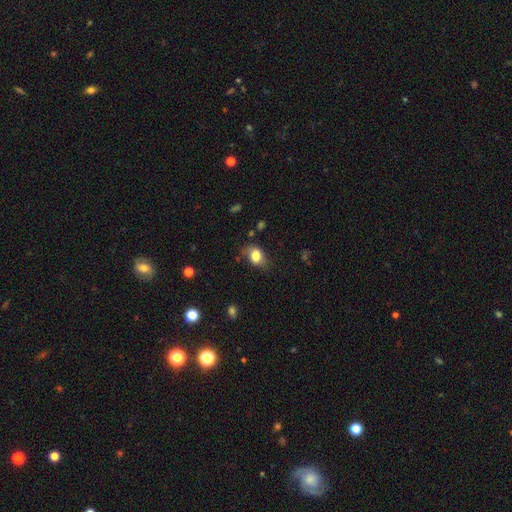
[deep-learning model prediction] A smooth galaxy with no disk features (78%) that is in between round and cigar-shaped (75%).

Vote fractions:
- Smooth or featured? smooth: 78% / featured or disk: 13% / star or artifact: 9%
- How rounded? in between: 75% / round: 24% / cigar-shaped: 1%
- Merging? none: 67% / minor disturbance: 24% / major disturbance: 7% / merger: 2%